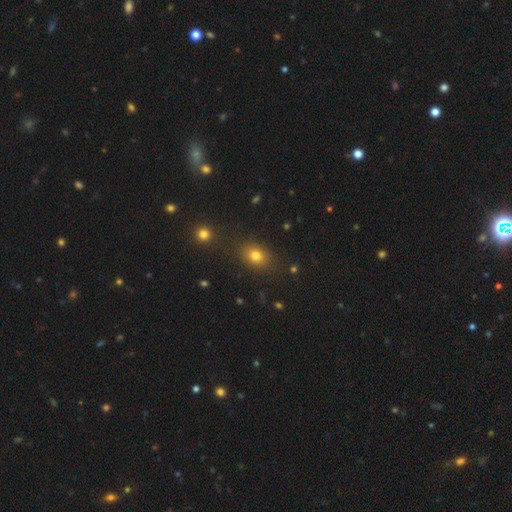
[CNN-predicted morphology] Smooth or featured? smooth (76%)
How rounded? in between (57%)
Merging? none (82%)